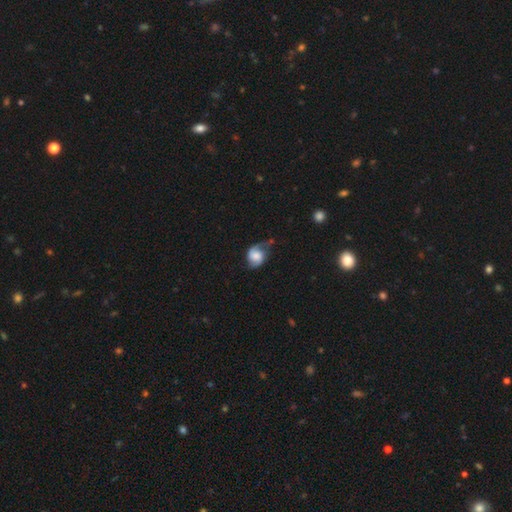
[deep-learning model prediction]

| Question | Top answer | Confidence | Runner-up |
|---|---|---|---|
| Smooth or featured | featured or disk | 53% | smooth (39%) |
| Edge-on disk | no | 97% | yes (3%) |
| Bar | no | 62% | weak (31%) |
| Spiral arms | yes | 89% | no (11%) |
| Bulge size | large | 30% | moderate (29%) |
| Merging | none | 41% | minor disturbance (33%) |